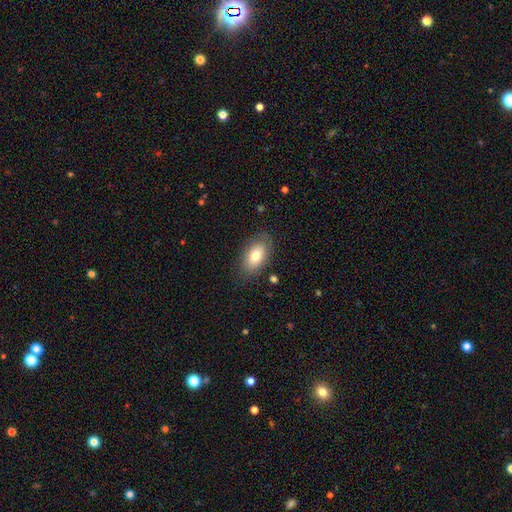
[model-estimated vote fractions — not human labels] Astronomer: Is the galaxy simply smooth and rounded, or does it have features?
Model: smooth — 75%.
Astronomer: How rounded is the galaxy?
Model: in between — 90%.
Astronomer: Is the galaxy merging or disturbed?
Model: none — 80%.